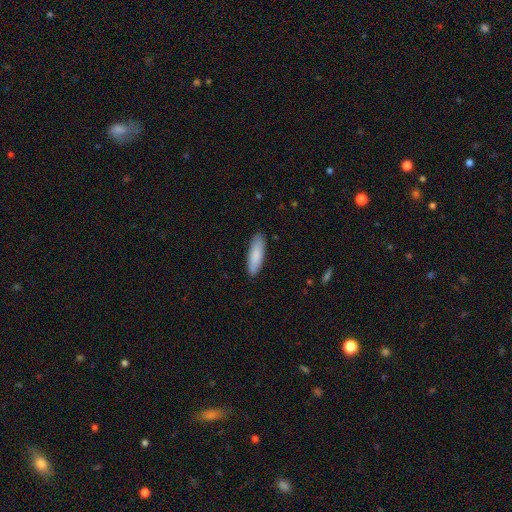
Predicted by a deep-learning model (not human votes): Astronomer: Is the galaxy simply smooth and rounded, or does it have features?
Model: smooth — 86%.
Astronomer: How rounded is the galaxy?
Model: cigar-shaped — 56% (runner-up: in between, 43%).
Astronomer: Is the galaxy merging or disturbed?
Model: none — 89%.